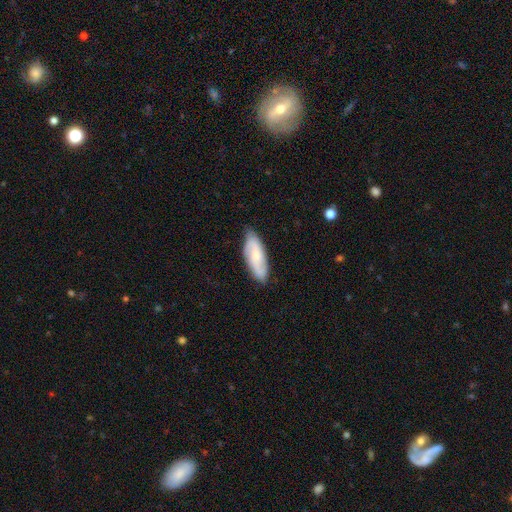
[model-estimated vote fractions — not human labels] Q: Smooth or featured?
A: featured or disk (49%); runner-up: smooth (44%)
Q: Merging?
A: none (83%); runner-up: minor disturbance (13%)